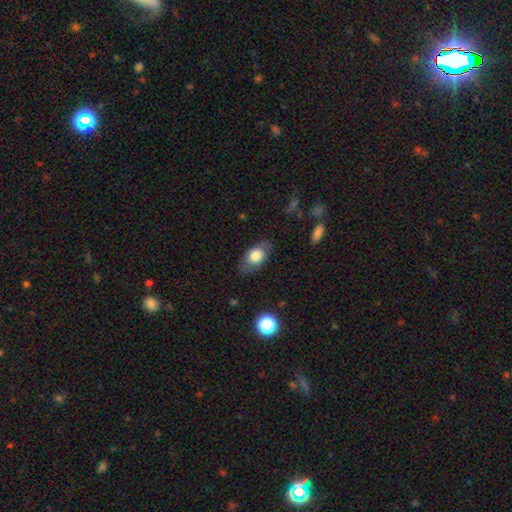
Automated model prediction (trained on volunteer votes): smooth-or-featured: smooth: 73% | featured or disk: 19% | star or artifact: 8%
  how-rounded: in between: 85% | round: 11% | cigar-shaped: 3%
  merging: none: 77% | minor disturbance: 17% | major disturbance: 5% | merger: 1%